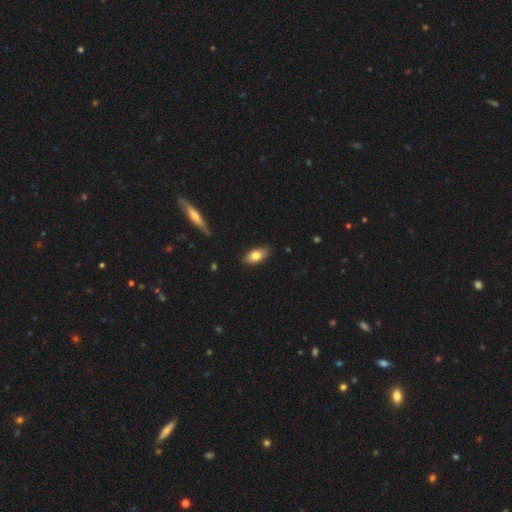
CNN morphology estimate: type=smooth (76%); roundness=in between (87%); merging=none (82%).